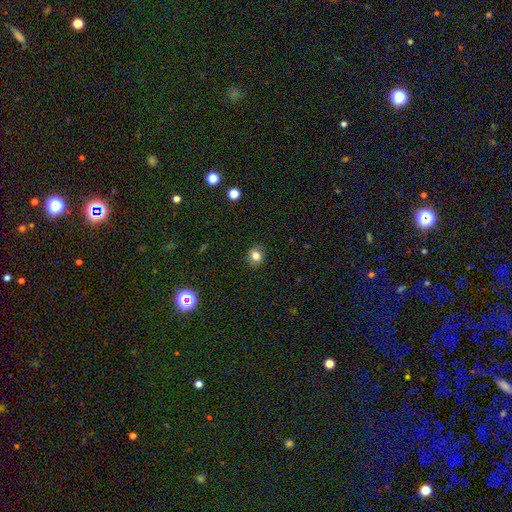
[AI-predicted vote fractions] smooth 80%, star or artifact 13%, featured or disk 7%. Down the decision tree: how rounded — round (72%); merging — none (88%).